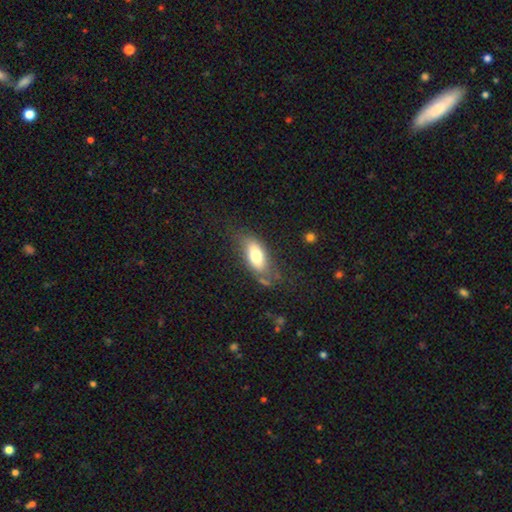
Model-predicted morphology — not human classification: smooth-or-featured: smooth: 69% | featured or disk: 24% | star or artifact: 7%
  how-rounded: in between: 83% | cigar-shaped: 13% | round: 3%
  merging: none: 62% | minor disturbance: 23% | major disturbance: 12% | merger: 4%